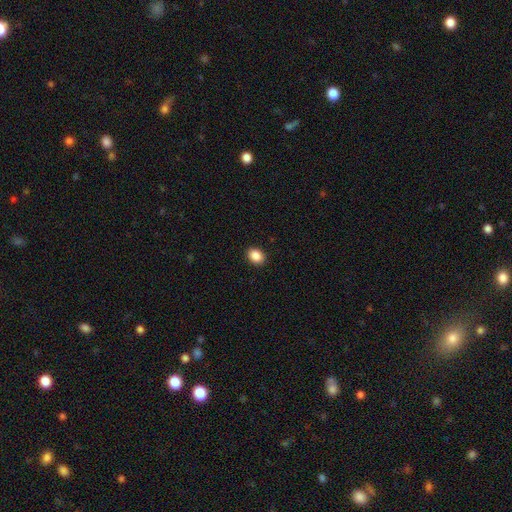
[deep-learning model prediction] A smooth galaxy with no disk features (88%) that is in between round and cigar-shaped (63%). Merging: none (91%).